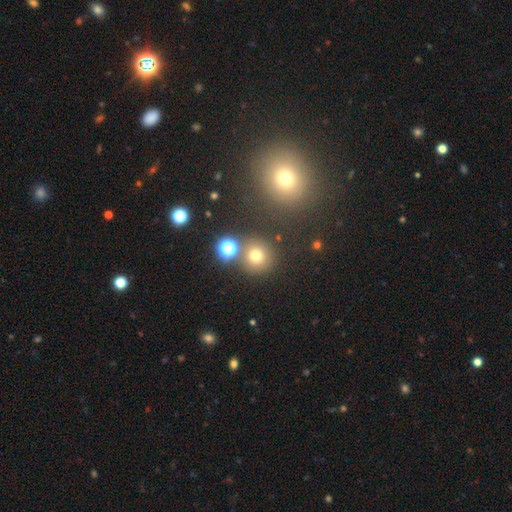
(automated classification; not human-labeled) A smooth galaxy with no disk features (69%) that is round (92%). Merging: none (77%).